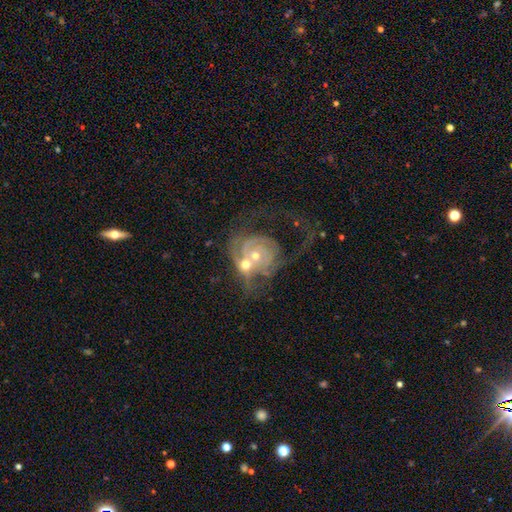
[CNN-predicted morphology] Q: Smooth or featured?
A: featured or disk (78%); runner-up: smooth (15%)
Q: Edge-on disk?
A: no (97%); runner-up: yes (3%)
Q: Bar?
A: no (79%); runner-up: weak (17%)
Q: Spiral arms?
A: yes (84%); runner-up: no (16%)
Q: Spiral winding?
A: tight (49%); runner-up: medium (31%)
Q: Spiral arm count?
A: can't tell (34%); runner-up: 2 (32%)
Q: Bulge size?
A: moderate (47%); runner-up: small (46%)
Q: Merging?
A: merger (57%); runner-up: none (18%)